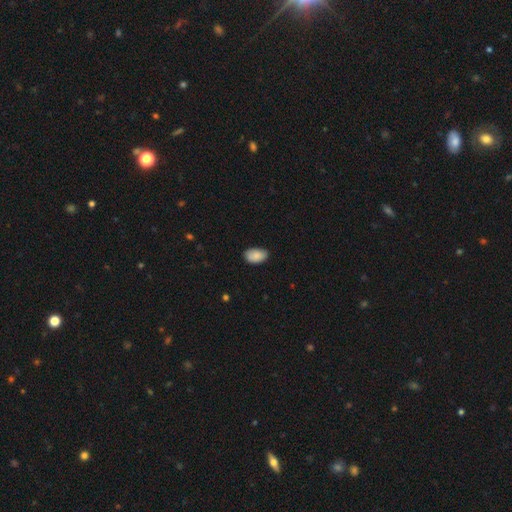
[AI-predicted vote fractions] Morphology: type=smooth (88%); roundness=in between (93%); merging=none (78%).